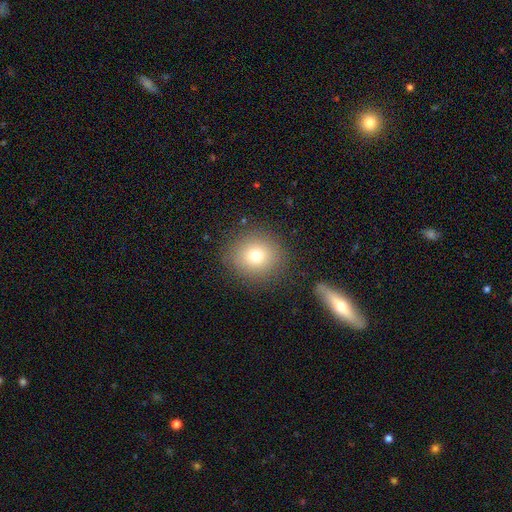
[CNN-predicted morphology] Overall: smooth (75%). How rounded: round (84%). Merging: none (86%).